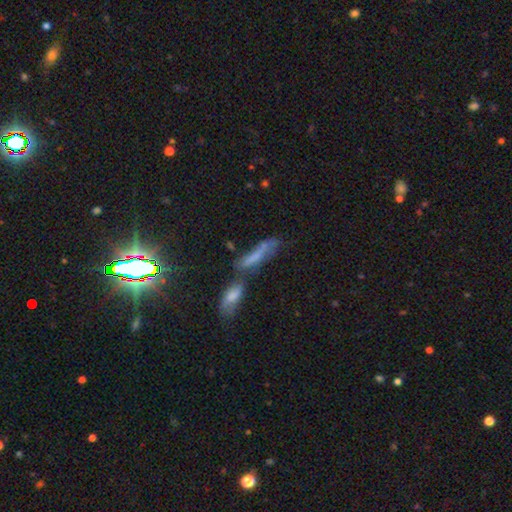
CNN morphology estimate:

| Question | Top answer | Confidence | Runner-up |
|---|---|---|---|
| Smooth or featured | smooth | 56% | featured or disk (26%) |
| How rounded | cigar-shaped | 68% | in between (29%) |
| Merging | merger | 49% | none (27%) |